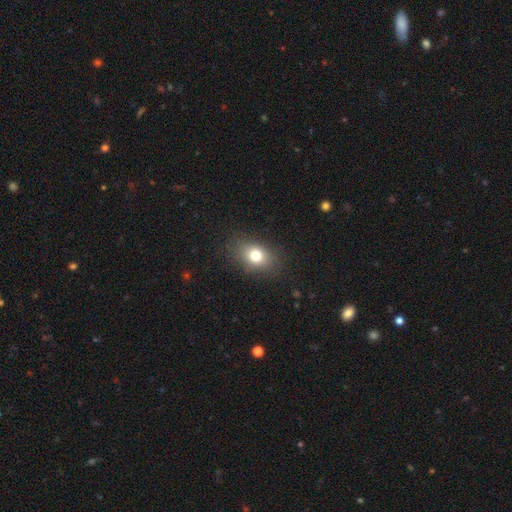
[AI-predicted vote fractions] A smooth galaxy with no disk features (77%) that is in between round and cigar-shaped (68%).

Vote fractions:
- Smooth or featured? smooth: 77% / star or artifact: 12% / featured or disk: 11%
- How rounded? in between: 68% / round: 31% / cigar-shaped: 2%
- Merging? none: 84% / minor disturbance: 11% / major disturbance: 4% / merger: 1%